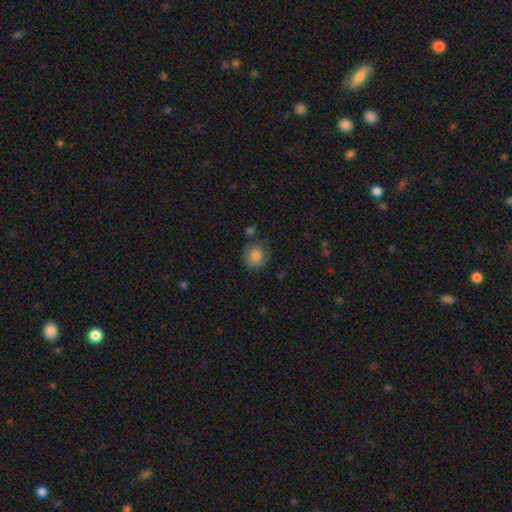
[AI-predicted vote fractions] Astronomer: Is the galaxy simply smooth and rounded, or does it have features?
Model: smooth — 83%.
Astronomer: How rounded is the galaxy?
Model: round — 84%.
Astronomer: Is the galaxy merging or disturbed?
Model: none — 78%.